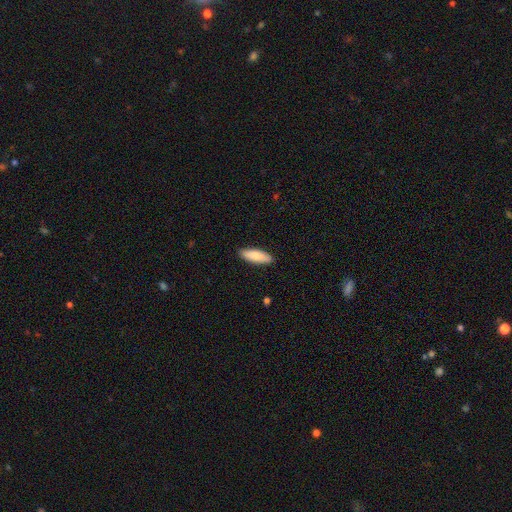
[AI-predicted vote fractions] Overall: smooth (83%). How rounded: in between (56%; cigar-shaped 42%). Merging: none (89%).